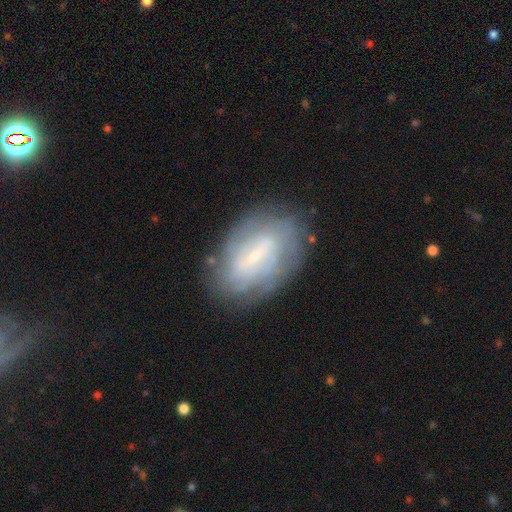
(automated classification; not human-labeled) Smooth or featured? Predicted: featured or disk (p=0.69). Edge-on disk? Predicted: no (p=0.95). Bar? Predicted: weak (p=0.50). Spiral arms? Predicted: yes (p=0.76). Bulge size? Predicted: small (p=0.74). Merging? Predicted: none (p=0.76).